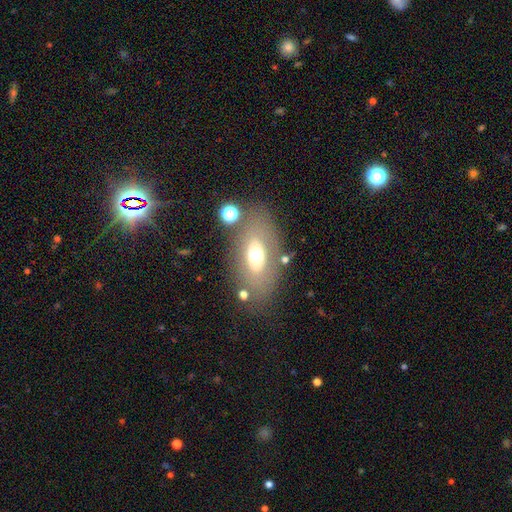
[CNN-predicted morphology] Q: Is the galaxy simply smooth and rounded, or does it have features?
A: smooth — 54%.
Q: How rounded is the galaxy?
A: in between — 83%.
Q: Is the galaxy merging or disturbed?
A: none — 73%.